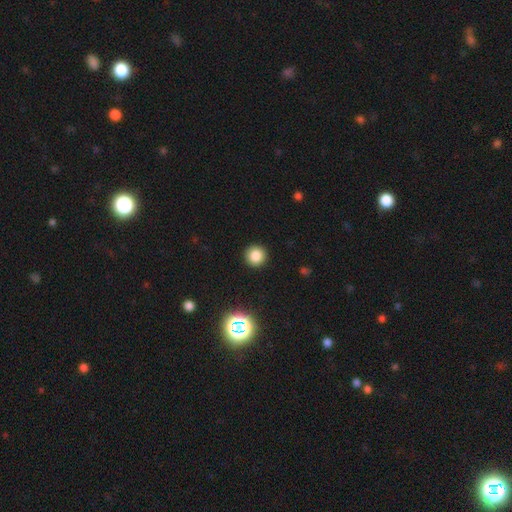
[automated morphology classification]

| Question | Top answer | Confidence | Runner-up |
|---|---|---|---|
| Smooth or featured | smooth | 82% | star or artifact (13%) |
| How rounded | round | 95% | in between (4%) |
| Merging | none | 92% | minor disturbance (5%) |